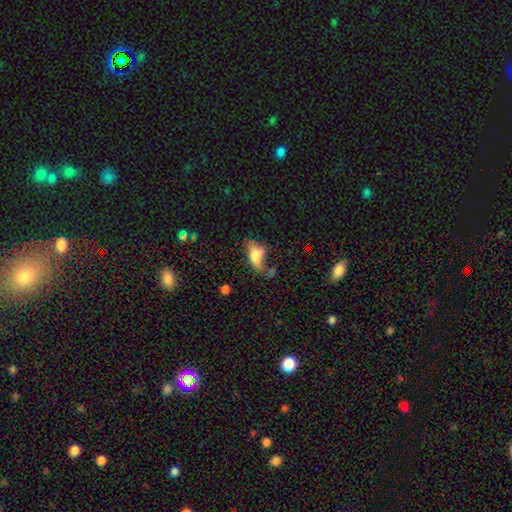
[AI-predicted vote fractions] Smooth or featured?
  - smooth: 66% *
  - featured or disk: 22%
  - star or artifact: 12%
How rounded?
  - in between: 85% *
  - cigar-shaped: 9%
  - round: 6%
Merging?
  - none: 36% *
  - minor disturbance: 27%
  - major disturbance: 26%
  - merger: 11%